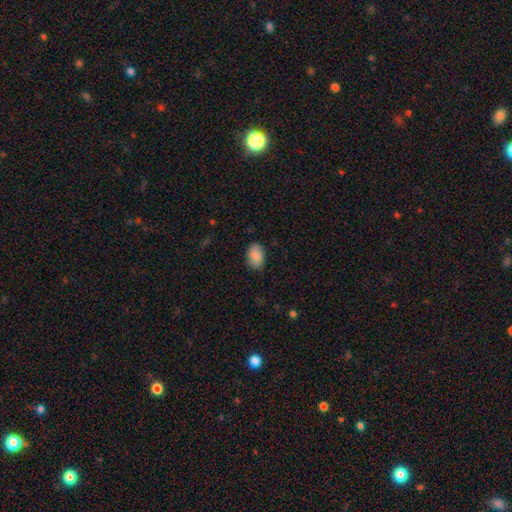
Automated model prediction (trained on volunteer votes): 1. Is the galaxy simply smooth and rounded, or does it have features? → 88% smooth, 7% star or artifact, 6% featured or disk.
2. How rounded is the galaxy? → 88% in between, 11% round, 1% cigar-shaped.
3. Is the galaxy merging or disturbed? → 81% none, 15% minor disturbance, 3% major disturbance, 1% merger.